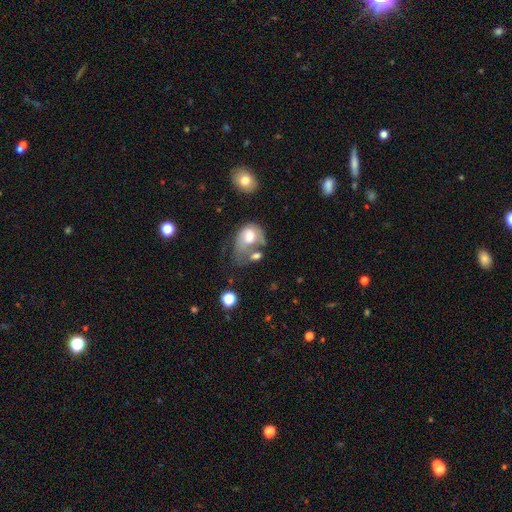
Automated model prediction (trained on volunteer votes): This is possibly a smooth galaxy (59%). How rounded: likely in between (68%). Merging: marginally major disturbance (37%).